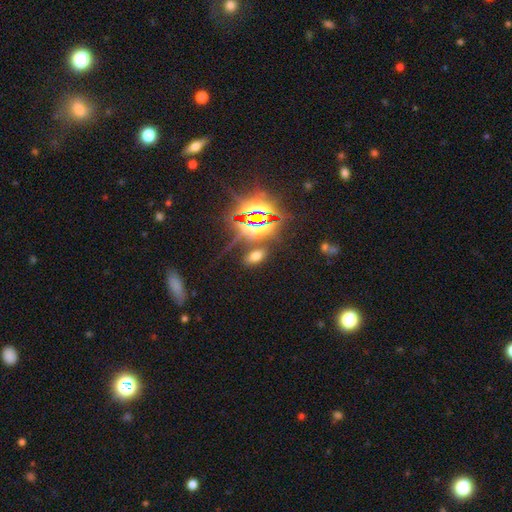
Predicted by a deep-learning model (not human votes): Smooth or featured? smooth (48%)
Merging? none (80%)